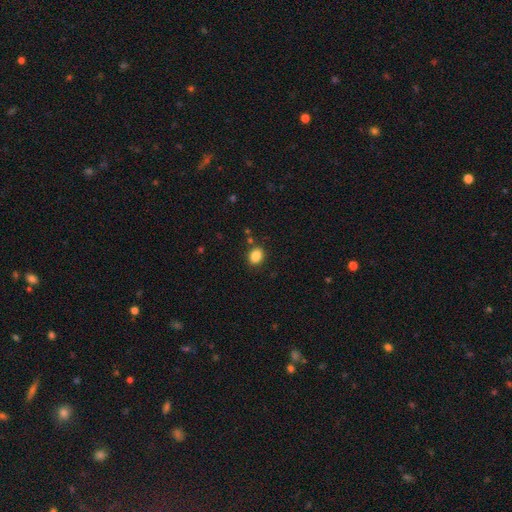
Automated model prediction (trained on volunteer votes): smooth-or-featured: smooth: 86% | star or artifact: 10% | featured or disk: 4%
  how-rounded: in between: 56% | round: 43% | cigar-shaped: 1%
  merging: none: 85% | minor disturbance: 9% | merger: 3% | major disturbance: 3%